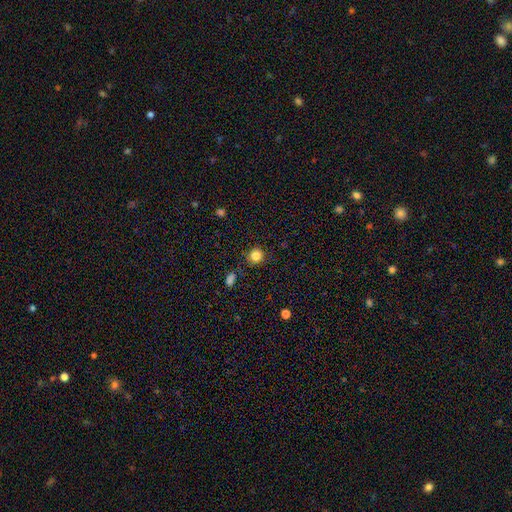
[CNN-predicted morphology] Smooth or featured? Predicted: smooth (p=0.83). How rounded? Predicted: round (p=0.92). Merging? Predicted: none (p=0.87).